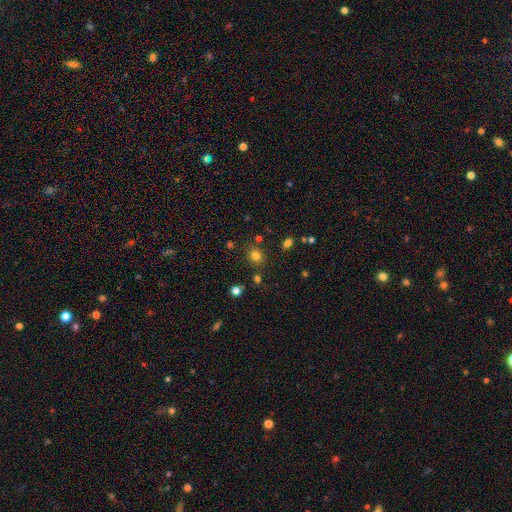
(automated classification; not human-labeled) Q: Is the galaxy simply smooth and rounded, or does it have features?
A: smooth — 78%.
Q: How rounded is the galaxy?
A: round — 78%.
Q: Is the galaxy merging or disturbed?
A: none — 82%.